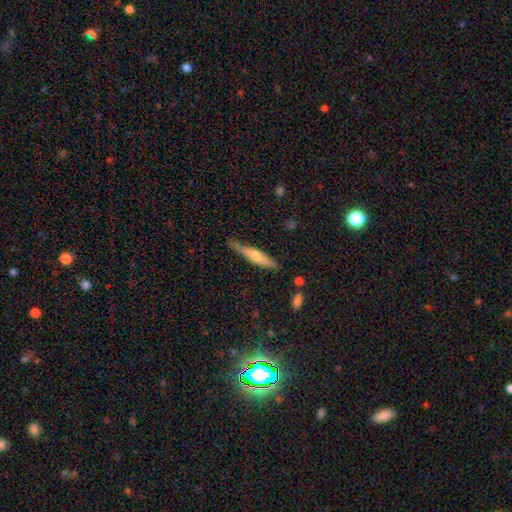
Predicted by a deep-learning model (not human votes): Smooth or featured? Predicted: featured or disk (p=0.57). Edge-on disk? Predicted: yes (p=0.95). Edge-on bulge? Predicted: rounded (p=0.82). Merging? Predicted: none (p=0.78).